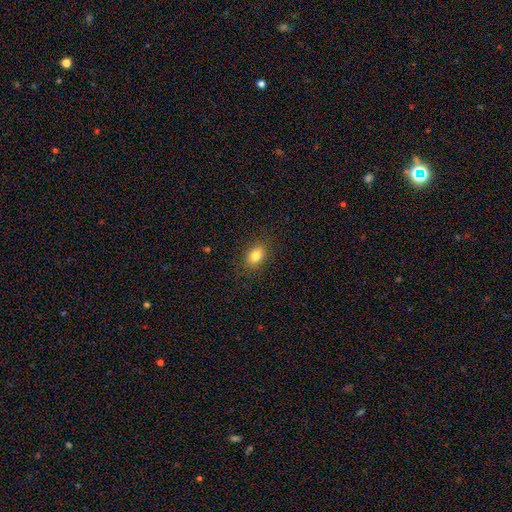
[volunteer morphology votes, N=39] This is clearly a smooth galaxy (87%). How rounded: clearly in between (91%). Merging: clearly none (84%).